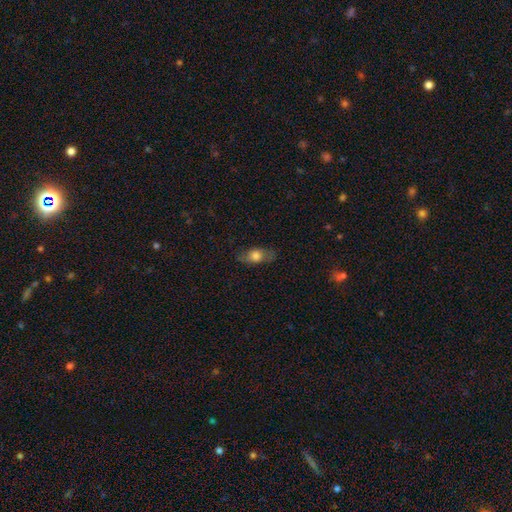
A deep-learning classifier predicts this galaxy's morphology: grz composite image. It shows a smooth galaxy with no disk features (67%) that is in between round and cigar-shaped (74%). Merging: none (74%).